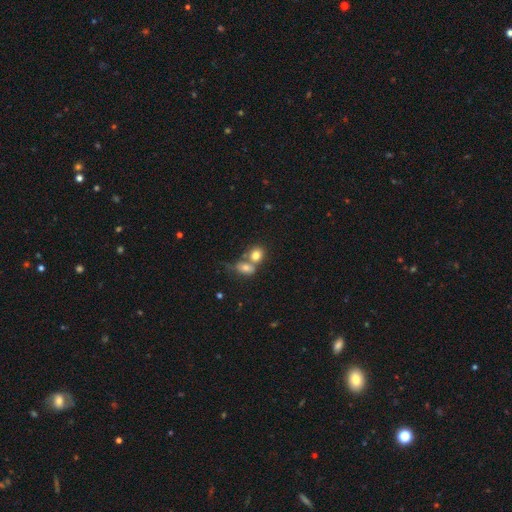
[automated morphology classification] The model was most divided on "how rounded": round: 57%, in between: 41%, cigar-shaped: 2%. More confident: smooth or featured — smooth (77%); merging — merger (56%).